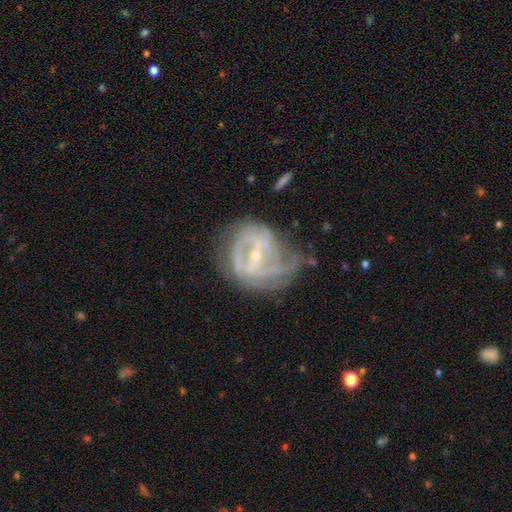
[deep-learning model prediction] Smooth or featured?
  - featured or disk: 81% *
  - smooth: 12%
  - star or artifact: 7%
Edge-on disk?
  - no: 97% *
  - yes: 3%
Bar?
  - weak: 42% *
  - strong: 40%
  - no: 19%
Spiral arms?
  - yes: 79% *
  - no: 21%
Spiral winding?
  - tight: 48% *
  - medium: 36%
  - loose: 16%
Spiral arm count?
  - can't tell: 37% *
  - 2: 36%
  - 3: 10%
  - 1: 9%
  - 4: 4%
  - more than 4: 3%
Bulge size?
  - small: 72% *
  - moderate: 25%
  - none: 2%
  - large: 1%
  - dominant: 1%
Merging?
  - none: 41% *
  - minor disturbance: 29%
  - major disturbance: 27%
  - merger: 3%